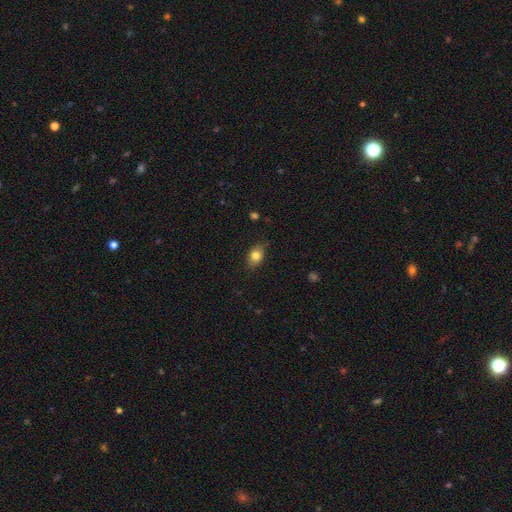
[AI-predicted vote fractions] Smooth or featured? Predicted: smooth (p=0.78). How rounded? Predicted: in between (p=0.75). Merging? Predicted: none (p=0.81).